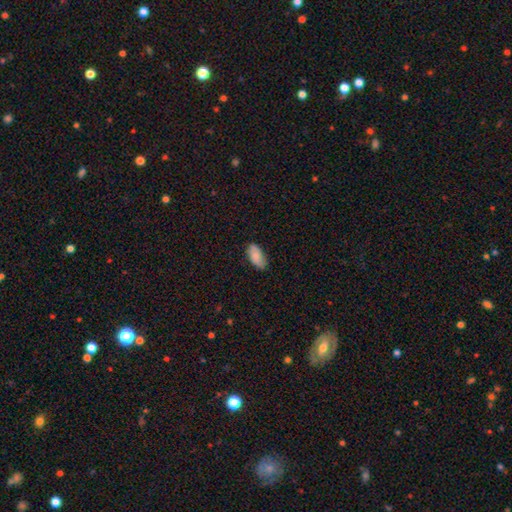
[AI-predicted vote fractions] The model was most divided on "merging": none: 79%, minor disturbance: 17%, major disturbance: 3%, merger: 1%. More confident: how rounded — in between (92%); smooth or featured — smooth (80%).